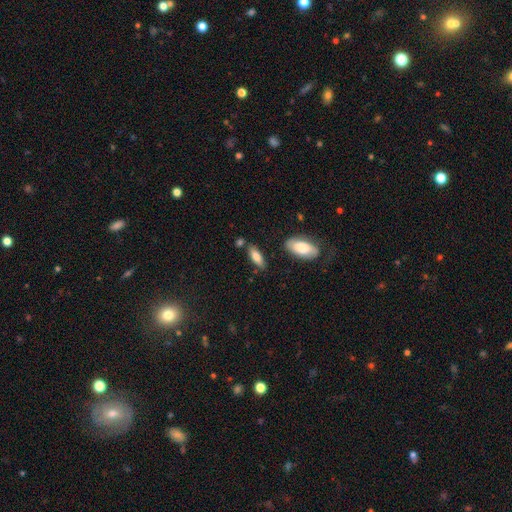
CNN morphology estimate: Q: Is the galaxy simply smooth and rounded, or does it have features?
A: smooth — 80%.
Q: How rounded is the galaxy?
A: in between — 70%.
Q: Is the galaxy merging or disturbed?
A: none — 76%.